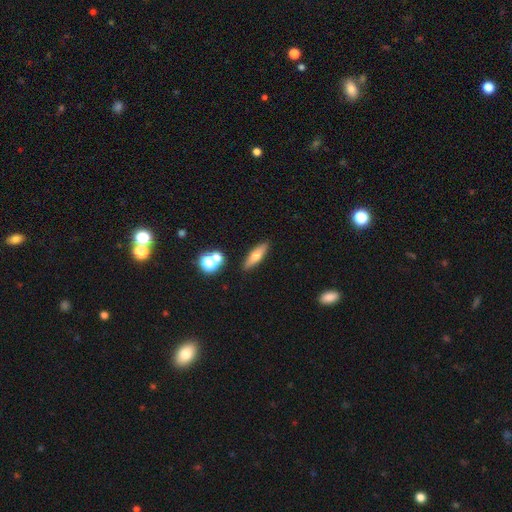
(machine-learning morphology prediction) Q: Smooth or featured?
A: smooth (57%); runner-up: featured or disk (34%)
Q: How rounded?
A: cigar-shaped (59%); runner-up: in between (37%)
Q: Merging?
A: none (84%); runner-up: minor disturbance (8%)